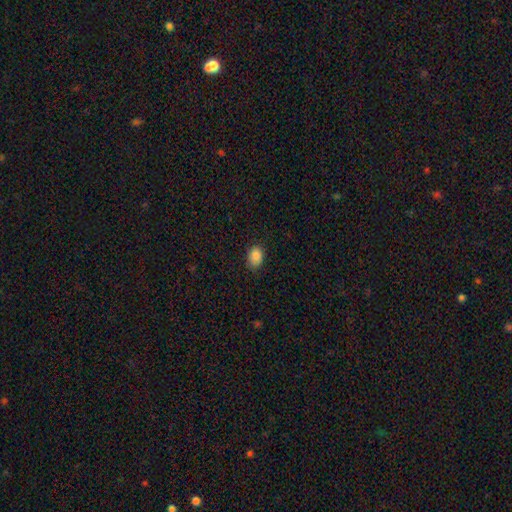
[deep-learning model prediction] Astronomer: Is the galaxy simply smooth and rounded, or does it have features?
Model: smooth — 87%.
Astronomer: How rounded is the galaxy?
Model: in between — 70%.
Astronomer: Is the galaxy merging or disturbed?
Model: none — 79%.